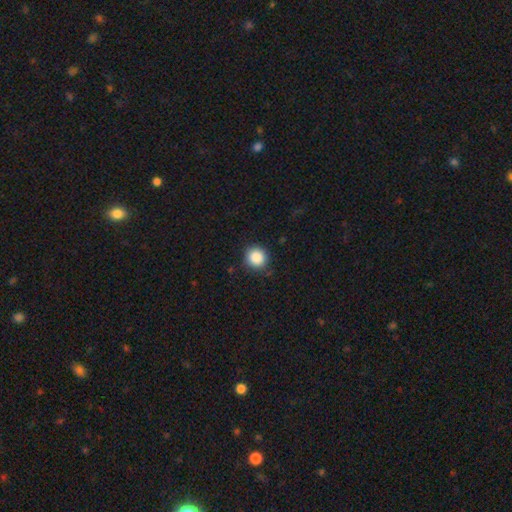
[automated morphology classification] Smooth or featured?
  - smooth: 88% *
  - star or artifact: 9%
  - featured or disk: 3%
How rounded?
  - round: 93% *
  - in between: 6%
  - cigar-shaped: 1%
Merging?
  - none: 88% *
  - minor disturbance: 8%
  - major disturbance: 2%
  - merger: 1%